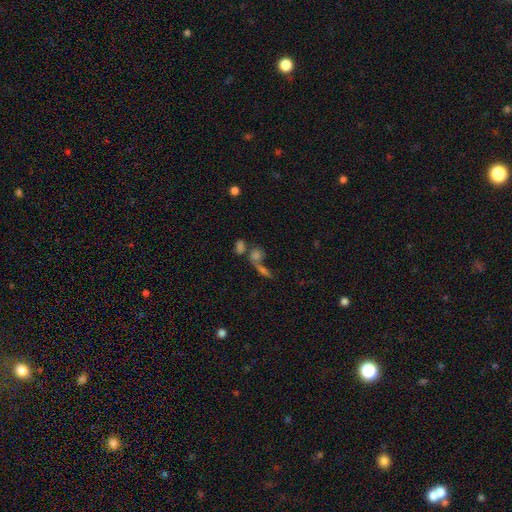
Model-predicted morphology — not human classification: Smooth or featured? smooth (54%)
How rounded? in between (46%)
Merging? merger (48%)